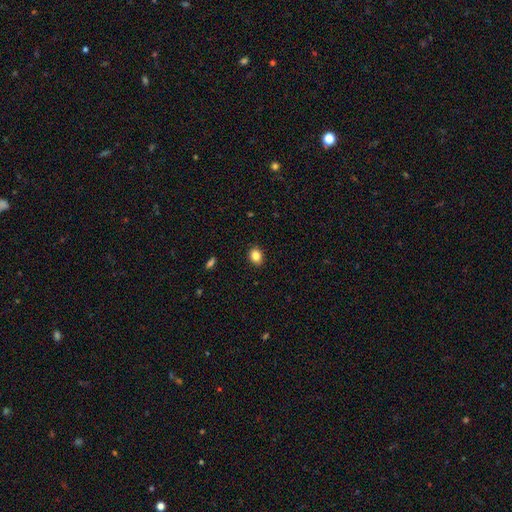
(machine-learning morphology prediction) The model was most divided on "how rounded": in between: 58%, round: 41%, cigar-shaped: 1%. More confident: merging — none (90%); smooth or featured — smooth (85%).